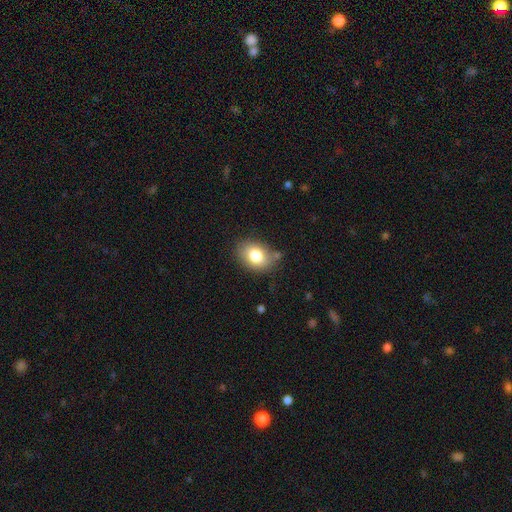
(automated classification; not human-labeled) Q: Smooth or featured?
A: smooth (80%); runner-up: featured or disk (11%)
Q: How rounded?
A: in between (71%); runner-up: round (28%)
Q: Merging?
A: none (76%); runner-up: minor disturbance (17%)